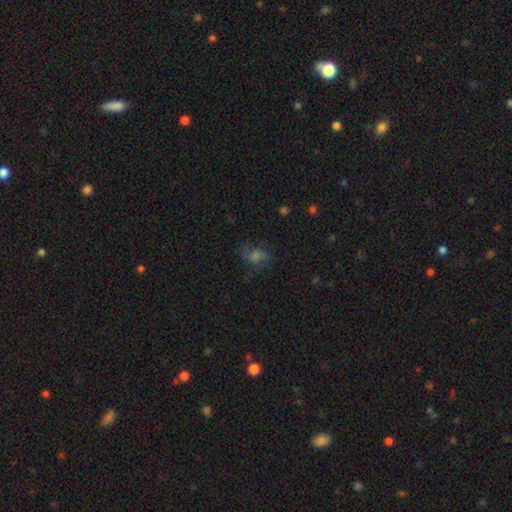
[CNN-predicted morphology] Smooth or featured: smooth — 38% (featured or disk — 36%)
Merging: none — 59% (minor disturbance — 20%)